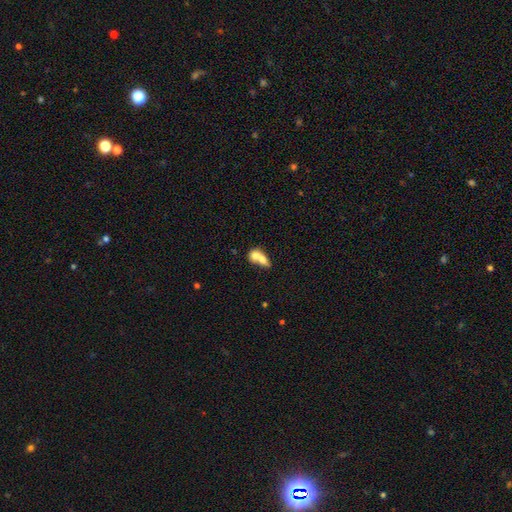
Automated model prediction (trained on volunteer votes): This appears to be a smooth galaxy with no disk features (69%) that is in between round and cigar-shaped (52%). Merging: merger (72%).